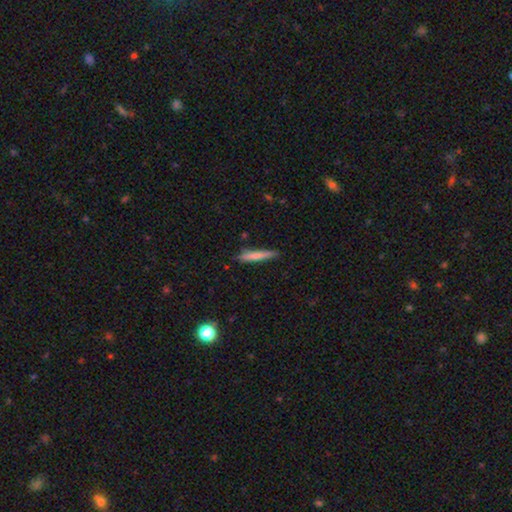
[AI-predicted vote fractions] Smooth or featured?
  - smooth: 74% *
  - featured or disk: 19%
  - star or artifact: 6%
How rounded?
  - cigar-shaped: 93% *
  - in between: 5%
  - round: 1%
Merging?
  - none: 80% *
  - minor disturbance: 15%
  - major disturbance: 3%
  - merger: 2%